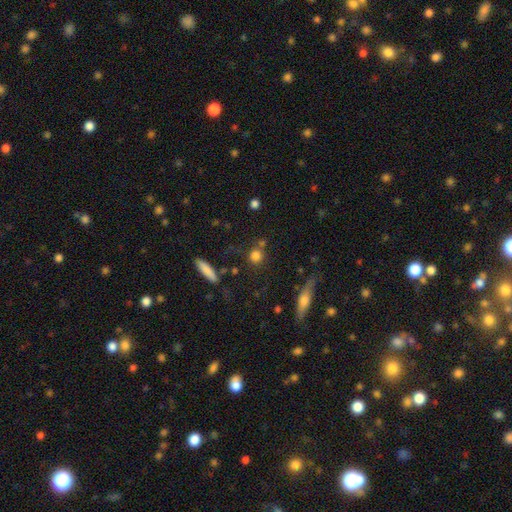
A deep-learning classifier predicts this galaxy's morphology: This is likely a smooth galaxy (80%). How rounded: clearly round (84%). Merging: likely none (71%).